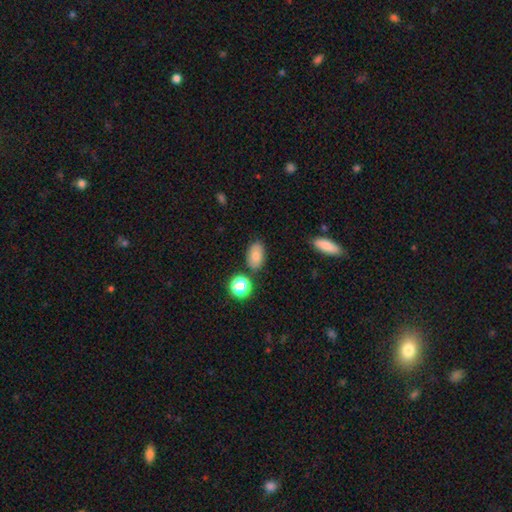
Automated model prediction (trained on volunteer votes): Morphology: type=smooth (80%); roundness=in between (88%); merging=none (78%).